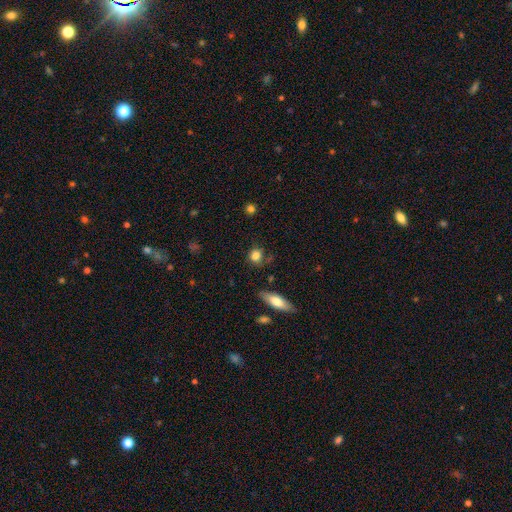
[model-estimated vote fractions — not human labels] Smooth or featured: smooth — 83% (star or artifact — 10%)
How rounded: round — 67% (in between — 30%)
Merging: none — 65% (minor disturbance — 23%)